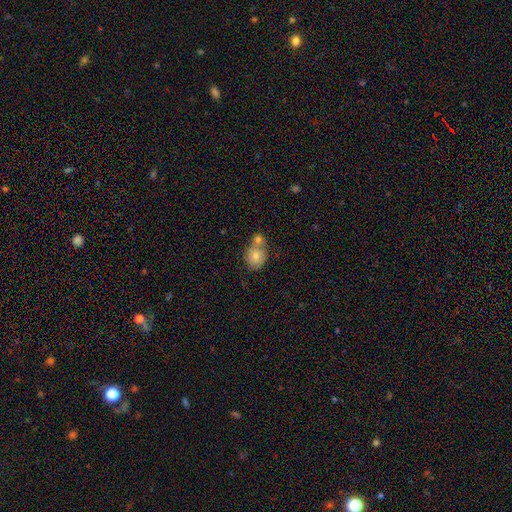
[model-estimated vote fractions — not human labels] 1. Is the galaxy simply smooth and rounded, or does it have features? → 73% smooth, 18% featured or disk, 8% star or artifact.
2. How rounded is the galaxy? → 67% round, 32% in between, 1% cigar-shaped.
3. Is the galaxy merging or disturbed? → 50% merger, 35% none, 11% minor disturbance, 4% major disturbance.